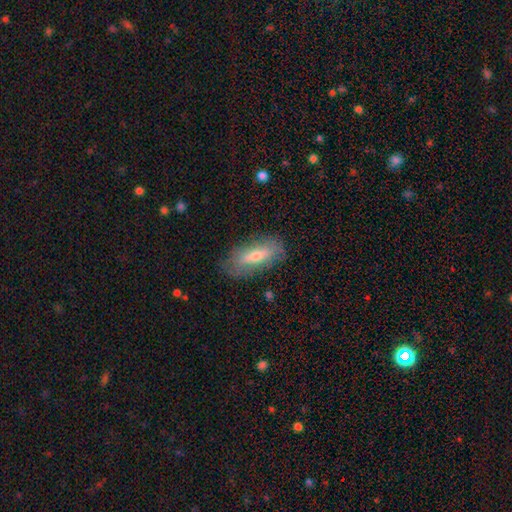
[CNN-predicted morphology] Smooth or featured? Predicted: smooth (p=0.57). How rounded? Predicted: in between (p=0.64). Merging? Predicted: none (p=0.79).